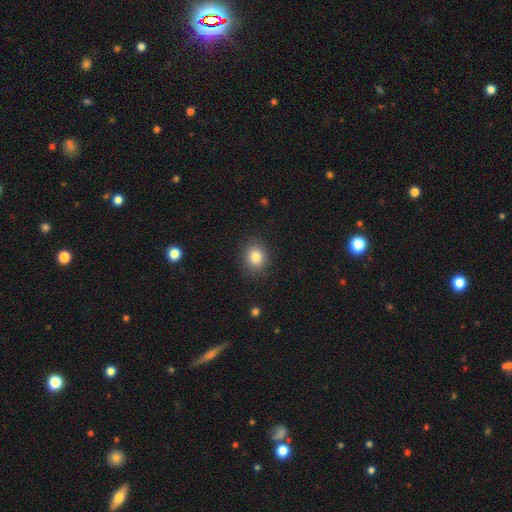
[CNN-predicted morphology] smooth 83%, star or artifact 10%, featured or disk 7%. Down the decision tree: how rounded — round (68%); merging — none (87%).